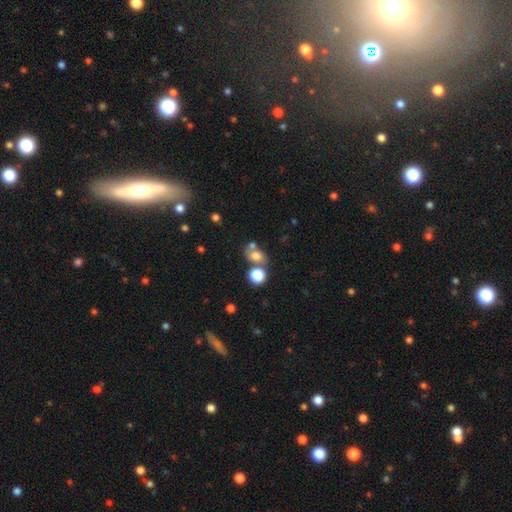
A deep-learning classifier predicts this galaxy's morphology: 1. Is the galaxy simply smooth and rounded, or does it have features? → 68% smooth, 16% star or artifact, 15% featured or disk.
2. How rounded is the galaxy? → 49% round (tied), 49% in between (tied), 2% cigar-shaped.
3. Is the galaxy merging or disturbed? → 43% none, 38% merger, 12% minor disturbance, 7% major disturbance.